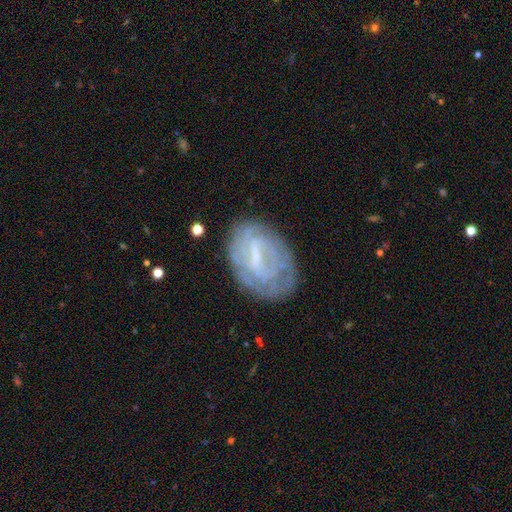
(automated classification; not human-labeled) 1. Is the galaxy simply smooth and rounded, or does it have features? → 68% featured or disk, 23% smooth, 8% star or artifact.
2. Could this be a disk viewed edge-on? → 95% no, 5% yes.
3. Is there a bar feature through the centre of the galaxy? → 48% weak, 37% strong, 16% no.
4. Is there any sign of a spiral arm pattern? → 63% yes, 37% no.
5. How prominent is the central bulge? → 50% small, 25% none, 22% moderate, 2% large, 1% dominant.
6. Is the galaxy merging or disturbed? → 67% none, 22% minor disturbance, 10% major disturbance, 2% merger.